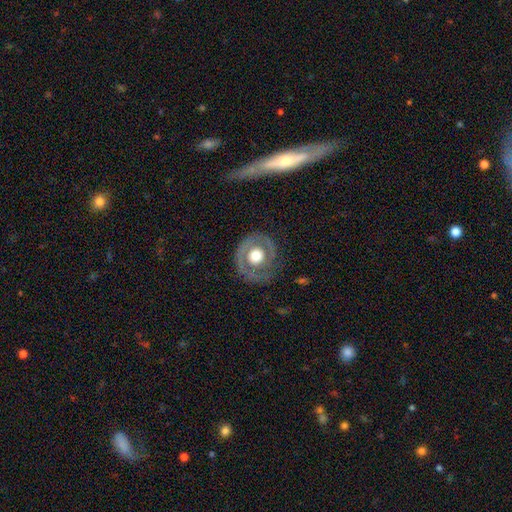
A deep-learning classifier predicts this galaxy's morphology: featured or disk 61%, smooth 33%, star or artifact 6%. Down the decision tree: edge-on disk — no (96%); bar — no (87%); spiral arms — no (59%); bulge size — moderate (47%); merging — none (75%).